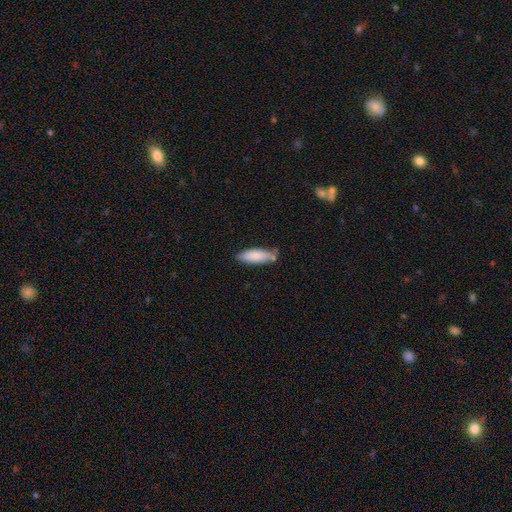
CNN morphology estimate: type=smooth (85%); roundness=in between (58%); merging=none (66%).